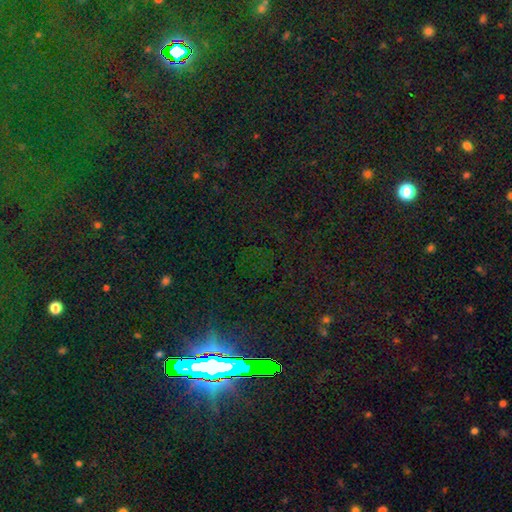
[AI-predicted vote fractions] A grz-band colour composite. It shows a star or artifact, not a galaxy (81%).